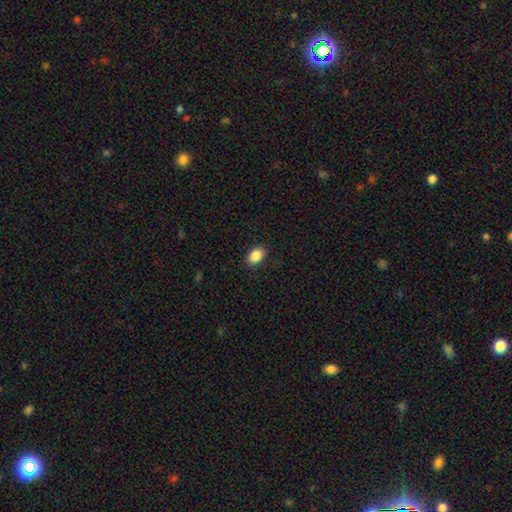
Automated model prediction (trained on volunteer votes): Smooth or featured? smooth (88%)
How rounded? in between (83%)
Merging? none (89%)